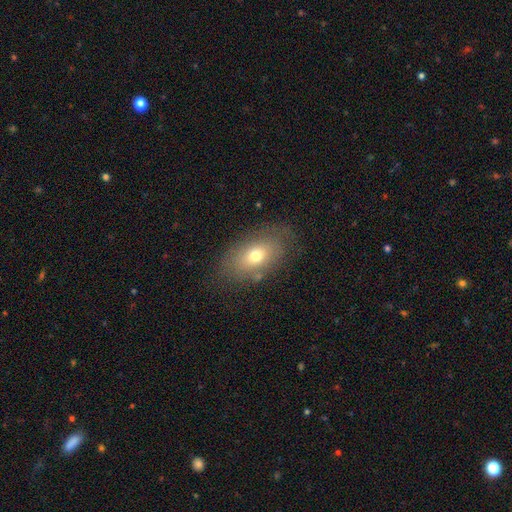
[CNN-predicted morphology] A smooth galaxy with no disk features (68%) that is in between round and cigar-shaped (89%).

Vote fractions:
- Smooth or featured? smooth: 68% / featured or disk: 22% / star or artifact: 10%
- How rounded? in between: 89% / round: 9% / cigar-shaped: 3%
- Merging? none: 77% / minor disturbance: 15% / major disturbance: 5% / merger: 2%